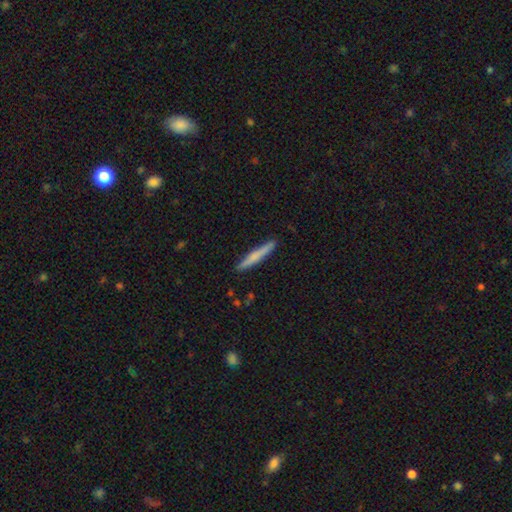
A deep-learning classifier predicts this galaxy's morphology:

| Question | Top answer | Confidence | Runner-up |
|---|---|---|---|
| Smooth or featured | smooth | 65% | featured or disk (30%) |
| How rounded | cigar-shaped | 95% | in between (3%) |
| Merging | none | 90% | minor disturbance (7%) |